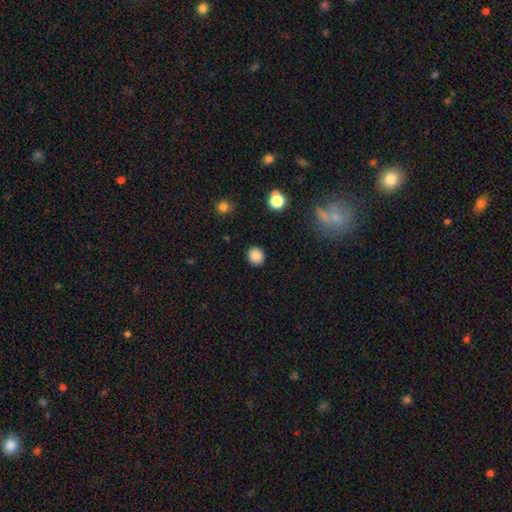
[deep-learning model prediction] A smooth galaxy with no disk features (86%) that is round (82%). Merging: none (90%).